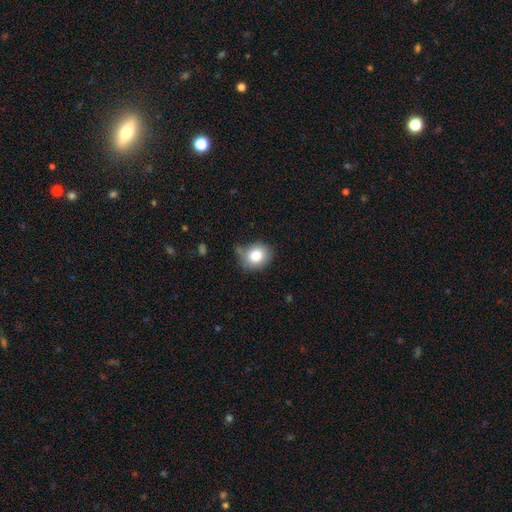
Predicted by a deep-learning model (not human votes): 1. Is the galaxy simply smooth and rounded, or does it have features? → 81% smooth, 9% star or artifact, 9% featured or disk.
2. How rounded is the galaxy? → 67% round, 32% in between, 1% cigar-shaped.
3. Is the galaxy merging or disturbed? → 62% none, 27% minor disturbance, 7% major disturbance, 4% merger.